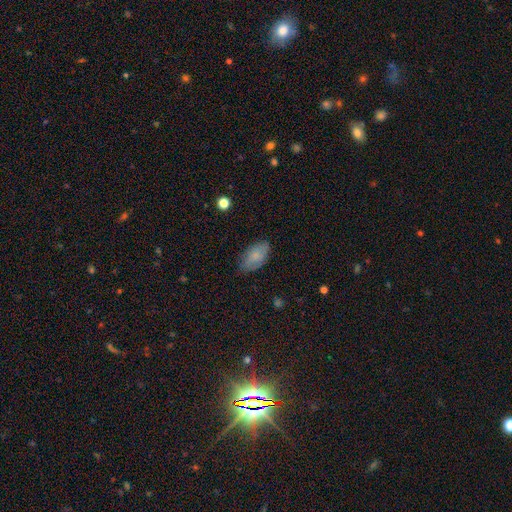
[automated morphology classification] smooth 76%, featured or disk 17%, star or artifact 7%. Down the decision tree: how rounded — in between (94%); merging — none (77%).